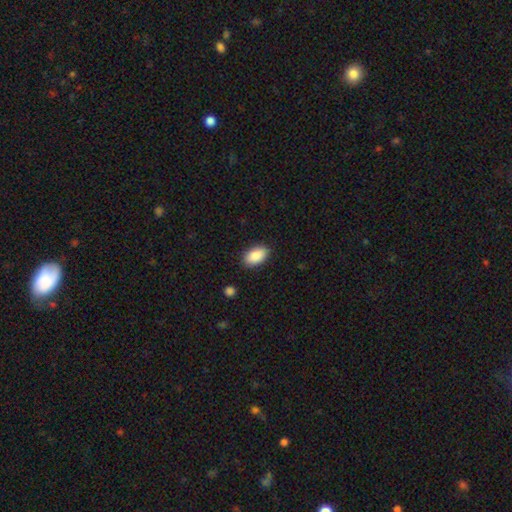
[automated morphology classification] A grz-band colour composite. It shows a smooth galaxy with no disk features (89%) that is in between round and cigar-shaped (94%). Merging: none (87%).